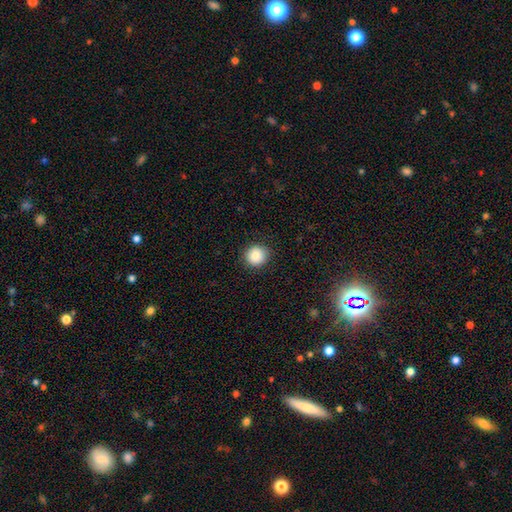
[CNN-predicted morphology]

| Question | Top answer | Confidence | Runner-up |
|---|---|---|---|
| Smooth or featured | smooth | 87% | star or artifact (9%) |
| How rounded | round | 92% | in between (7%) |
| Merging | none | 90% | minor disturbance (7%) |